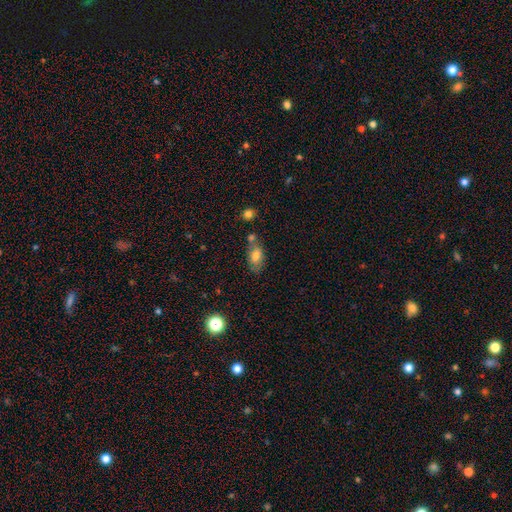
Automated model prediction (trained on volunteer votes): Q: Smooth or featured?
A: smooth (74%); runner-up: featured or disk (17%)
Q: How rounded?
A: in between (87%); runner-up: round (9%)
Q: Merging?
A: none (54%); runner-up: merger (22%)